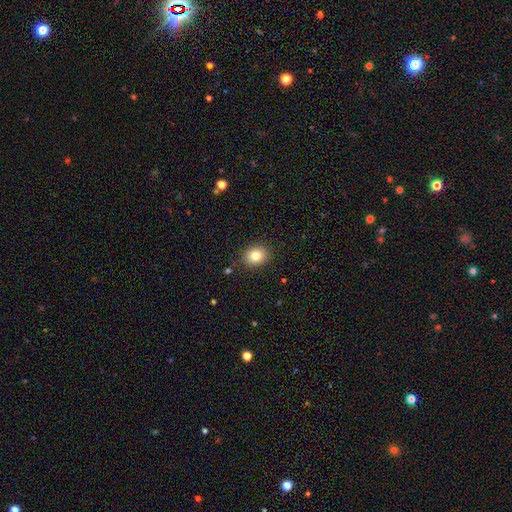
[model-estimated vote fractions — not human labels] A smooth galaxy with no disk features (81%) that is round (64%). Merging: none (88%).